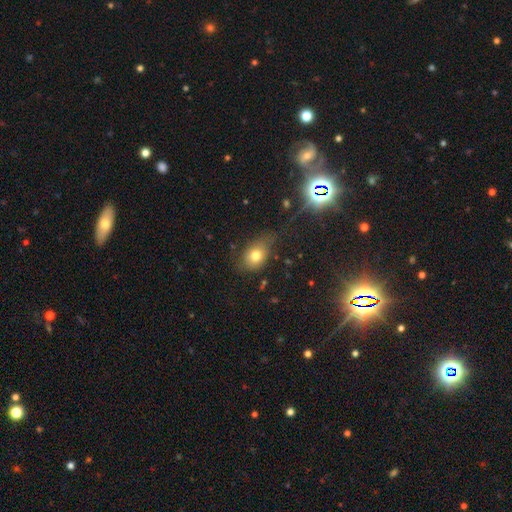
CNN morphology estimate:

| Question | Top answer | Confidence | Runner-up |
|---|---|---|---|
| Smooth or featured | smooth | 75% | star or artifact (13%) |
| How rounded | in between | 65% | round (34%) |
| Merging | none | 57% | minor disturbance (29%) |